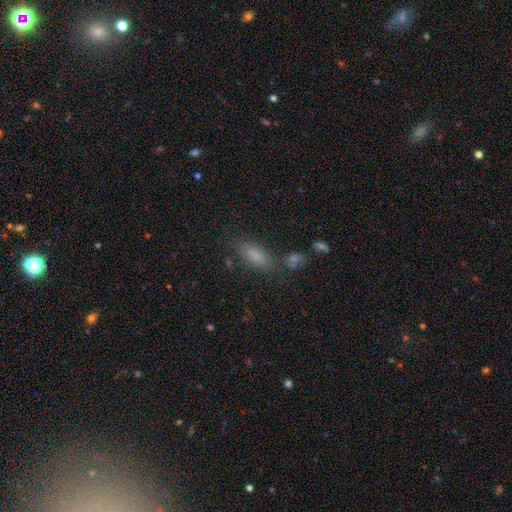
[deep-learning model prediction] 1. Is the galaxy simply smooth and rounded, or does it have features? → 77% smooth, 13% star or artifact, 10% featured or disk.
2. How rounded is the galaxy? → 67% in between, 30% cigar-shaped, 3% round.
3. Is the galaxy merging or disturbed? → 70% none, 15% minor disturbance, 10% merger, 6% major disturbance.